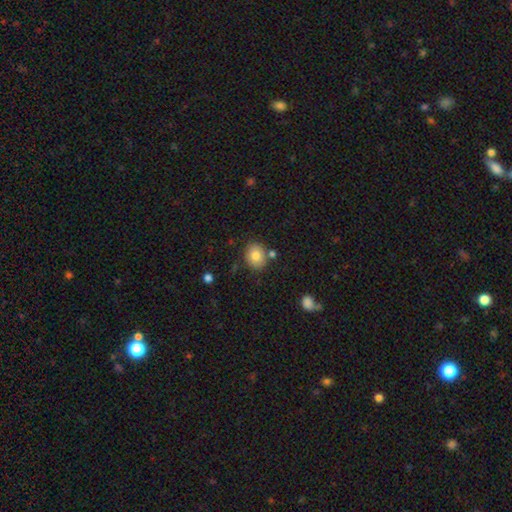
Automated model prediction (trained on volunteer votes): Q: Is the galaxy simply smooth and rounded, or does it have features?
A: smooth — 82%.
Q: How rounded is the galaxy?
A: round — 58%.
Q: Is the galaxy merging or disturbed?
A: none — 78%.